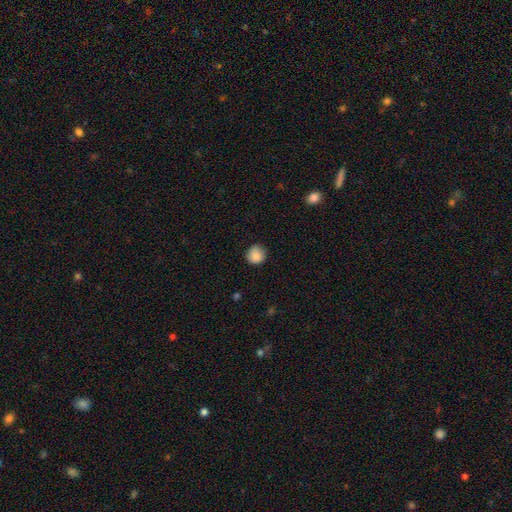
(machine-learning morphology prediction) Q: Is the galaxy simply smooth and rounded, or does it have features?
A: smooth — 87%.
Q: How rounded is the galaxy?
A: round — 92%.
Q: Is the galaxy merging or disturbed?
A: none — 86%.